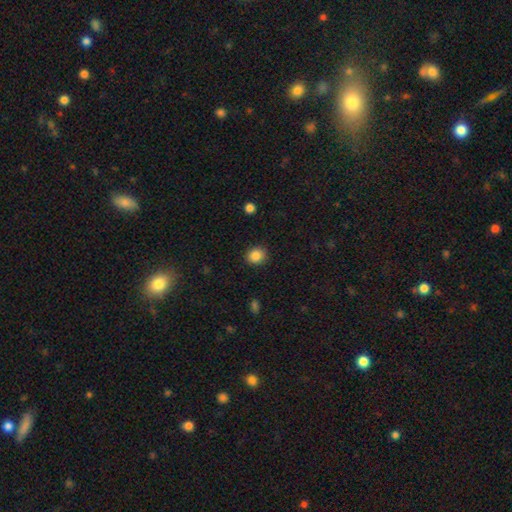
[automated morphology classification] Smooth or featured: smooth — 86% (star or artifact — 10%)
How rounded: round — 79% (in between — 21%)
Merging: none — 89% (minor disturbance — 7%)